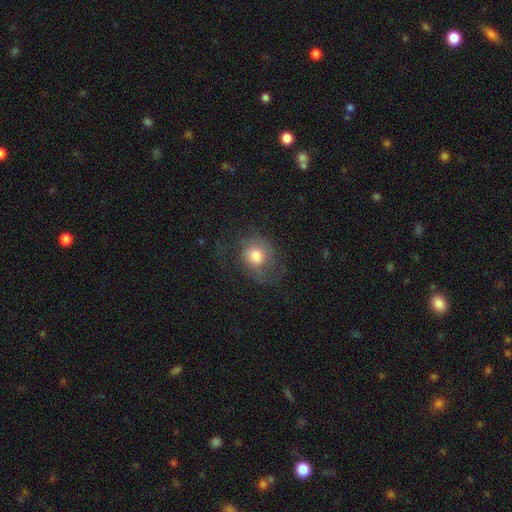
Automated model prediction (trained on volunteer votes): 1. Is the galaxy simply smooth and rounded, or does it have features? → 61% smooth, 29% featured or disk, 9% star or artifact.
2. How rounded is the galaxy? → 60% round, 39% in between, 1% cigar-shaped.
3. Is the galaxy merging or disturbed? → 42% none, 32% major disturbance, 24% minor disturbance, 2% merger.